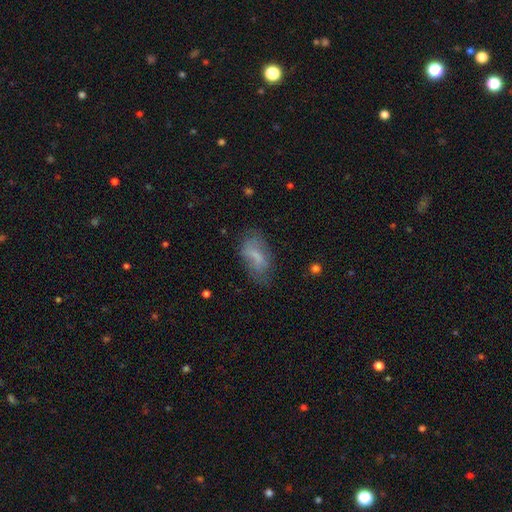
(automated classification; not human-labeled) smooth_or_featured: smooth (p=0.58) [alt: featured or disk p=0.33]
how_rounded: in between (p=0.87) [alt: cigar-shaped p=0.09]
merging: none (p=0.53) [alt: minor disturbance p=0.29]